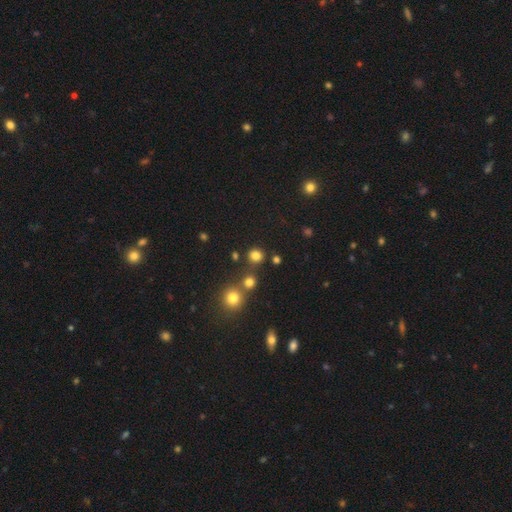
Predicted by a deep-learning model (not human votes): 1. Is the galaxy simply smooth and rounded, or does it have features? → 78% smooth, 17% star or artifact, 5% featured or disk.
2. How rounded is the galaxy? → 85% round, 14% in between, 1% cigar-shaped.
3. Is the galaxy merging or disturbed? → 79% none, 10% merger, 8% minor disturbance, 3% major disturbance.